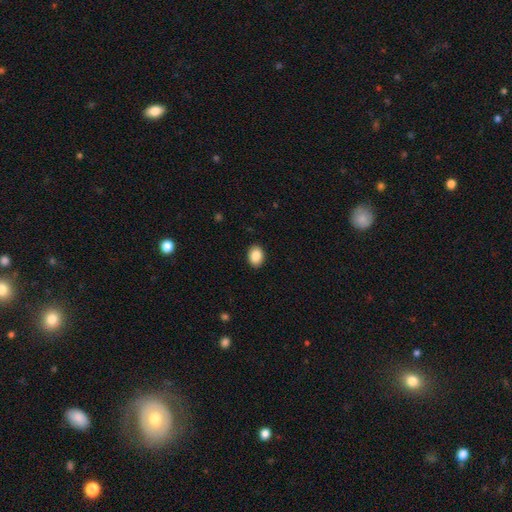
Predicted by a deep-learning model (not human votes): A smooth galaxy with no disk features (88%) that is in between round and cigar-shaped (70%). Merging: none (90%).